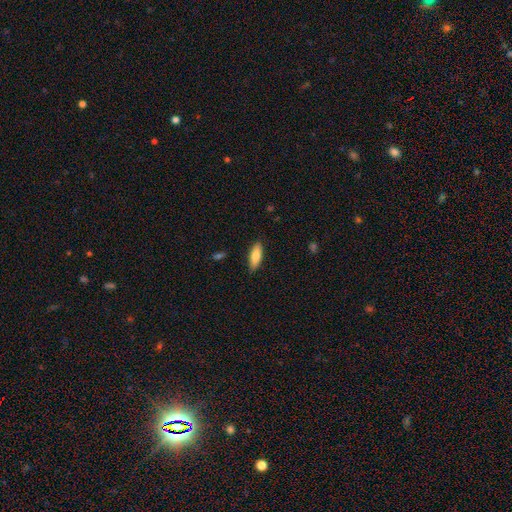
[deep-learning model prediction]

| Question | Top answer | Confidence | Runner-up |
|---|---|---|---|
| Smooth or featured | smooth | 78% | featured or disk (16%) |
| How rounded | in between | 60% | cigar-shaped (38%) |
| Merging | none | 87% | minor disturbance (10%) |